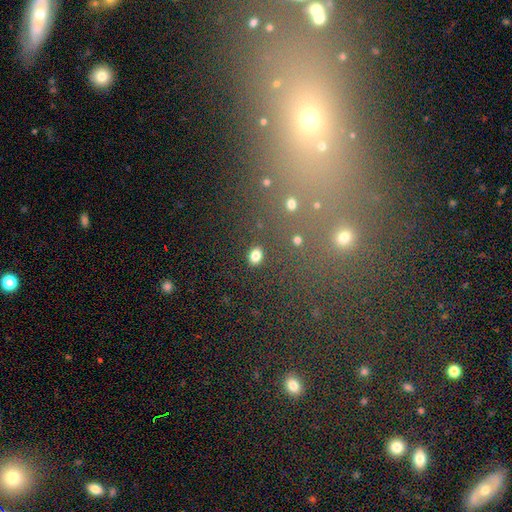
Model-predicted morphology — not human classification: This is clearly a smooth galaxy (80%). How rounded: likely in between (61%). Merging: clearly none (86%).